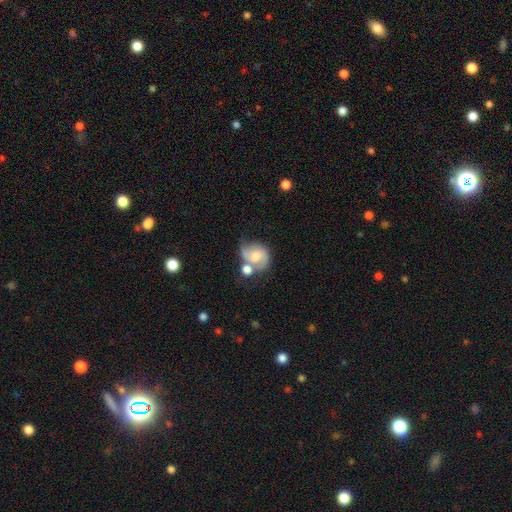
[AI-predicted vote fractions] A featured or disk galaxy (62%) with no bar (56%), 2 (83%) medium (48%) spiral arms (86%) and a moderate central bulge (58%).

Vote fractions:
- Smooth or featured? featured or disk: 62% / smooth: 30% / star or artifact: 8%
- Edge-on disk? no: 98% / yes: 2%
- Bar? no: 56% / weak: 36% / strong: 8%
- Spiral arms? yes: 86% / no: 14%
- Spiral winding? medium: 48% / loose: 33% / tight: 19%
- Spiral arm count? 2: 83% / can't tell: 8% / 1: 6% / 3: 2% / 4: 1% / more than 4: 1%
- Bulge size? moderate: 58% / small: 28% / large: 8% / none: 5% / dominant: 2%
- Merging? none: 37% / merger: 34% / minor disturbance: 19% / major disturbance: 10%